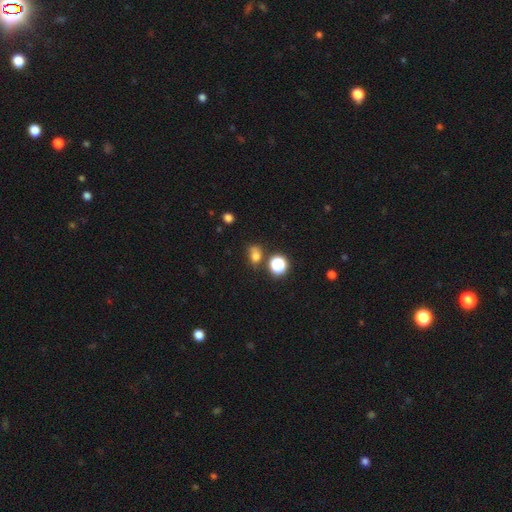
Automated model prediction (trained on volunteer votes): A smooth galaxy with no disk features (71%) that is in between round and cigar-shaped (55%).

Vote fractions:
- Smooth or featured? smooth: 71% / star or artifact: 21% / featured or disk: 8%
- How rounded? in between: 55% / round: 44% / cigar-shaped: 2%
- Merging? none: 63% / minor disturbance: 19% / merger: 11% / major disturbance: 7%